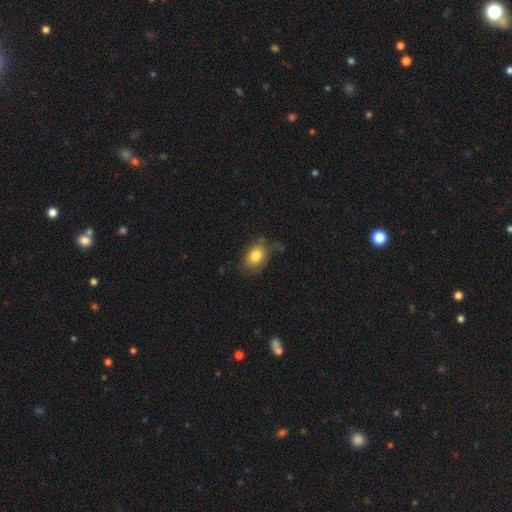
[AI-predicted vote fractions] smooth-or-featured: smooth: 82% | featured or disk: 10% | star or artifact: 9%
  how-rounded: in between: 72% | round: 26% | cigar-shaped: 1%
  merging: none: 72% | minor disturbance: 20% | major disturbance: 5% | merger: 2%